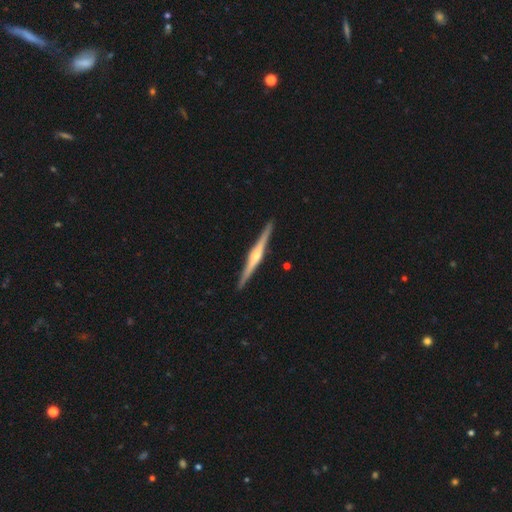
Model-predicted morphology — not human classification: Overall: featured or disk (85%). Edge-on disk: yes (99%). Edge-on bulge: rounded (88%). Merging: none (93%).